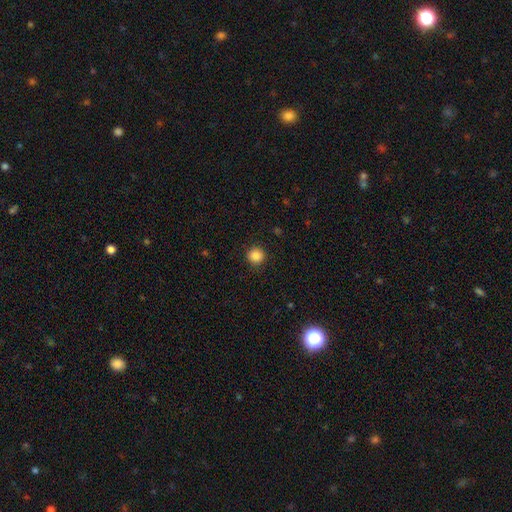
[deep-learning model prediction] Smooth or featured: smooth — 86% (star or artifact — 10%)
How rounded: round — 93% (in between — 6%)
Merging: none — 90% (minor disturbance — 6%)